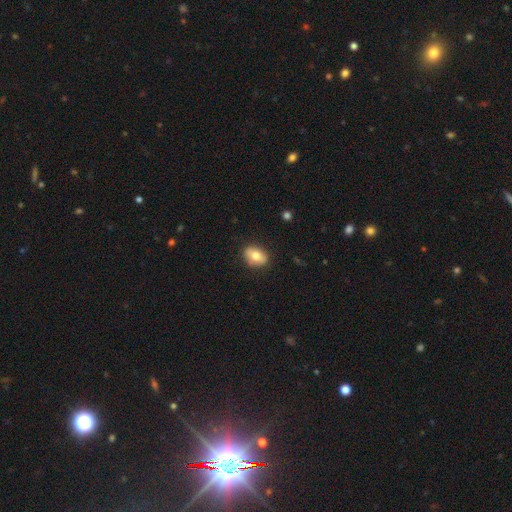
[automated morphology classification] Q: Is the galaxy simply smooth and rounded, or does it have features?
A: smooth — 74%.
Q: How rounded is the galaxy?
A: in between — 73%.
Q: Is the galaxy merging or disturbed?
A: none — 83%.